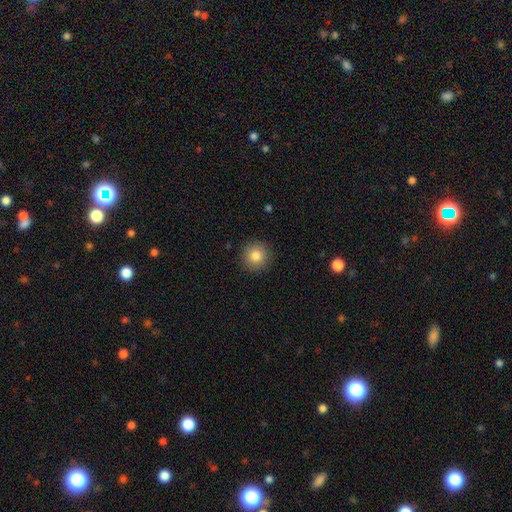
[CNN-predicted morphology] smooth_or_featured: smooth (p=0.83) [alt: star or artifact p=0.10]
how_rounded: round (p=0.94) [alt: in between p=0.05]
merging: none (p=0.91) [alt: minor disturbance p=0.06]